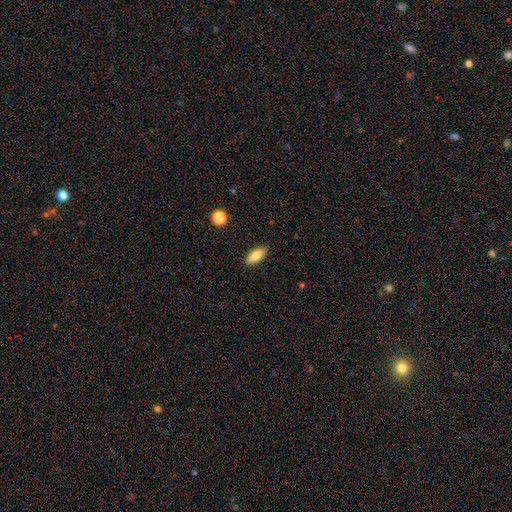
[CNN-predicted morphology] Overall: smooth (76%). How rounded: in between (78%). Merging: none (88%).